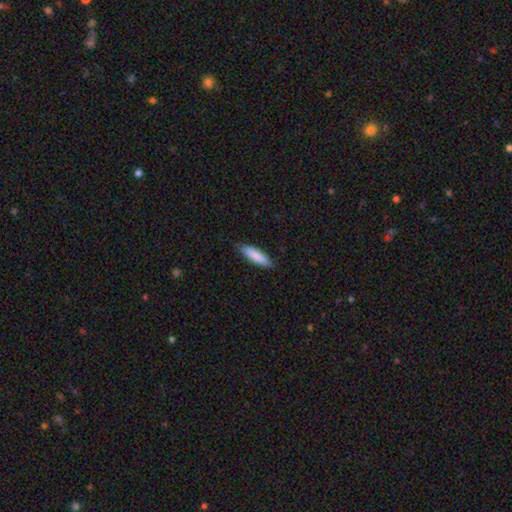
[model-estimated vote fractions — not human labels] Q: Smooth or featured?
A: smooth (86%); runner-up: featured or disk (9%)
Q: How rounded?
A: cigar-shaped (63%); runner-up: in between (36%)
Q: Merging?
A: none (85%); runner-up: minor disturbance (12%)